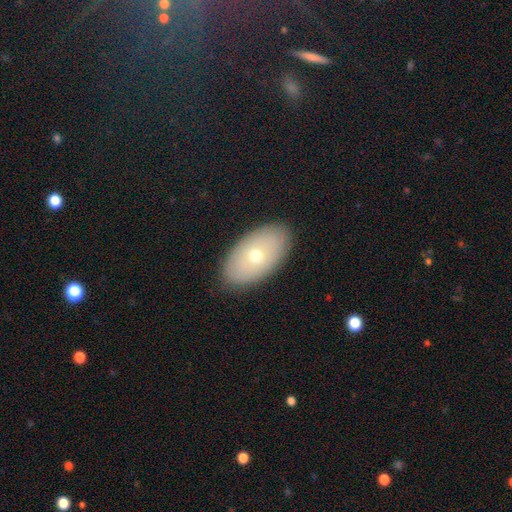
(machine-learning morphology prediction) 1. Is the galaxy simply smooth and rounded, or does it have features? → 58% smooth, 35% featured or disk, 8% star or artifact.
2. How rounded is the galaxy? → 93% in between, 5% round, 2% cigar-shaped.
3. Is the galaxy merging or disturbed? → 87% none, 9% minor disturbance, 3% major disturbance, 1% merger.